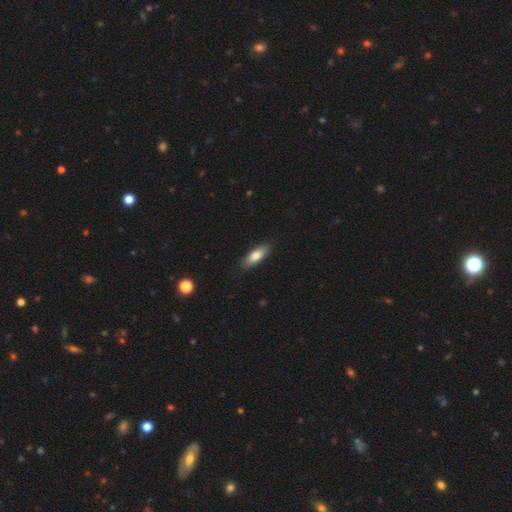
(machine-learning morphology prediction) Q: Smooth or featured?
A: smooth (78%); runner-up: featured or disk (16%)
Q: How rounded?
A: in between (57%); runner-up: cigar-shaped (40%)
Q: Merging?
A: none (87%); runner-up: minor disturbance (10%)